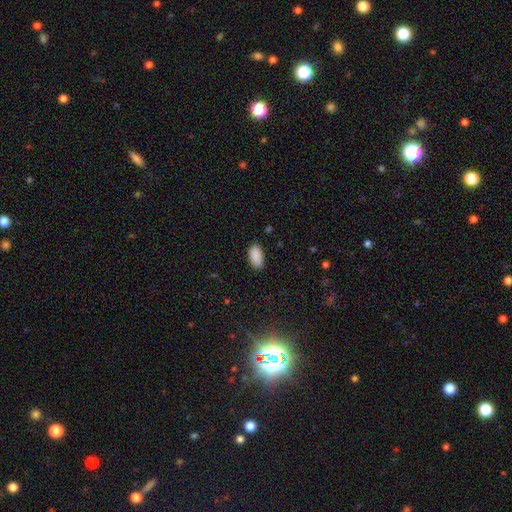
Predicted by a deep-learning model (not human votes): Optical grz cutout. It shows a smooth galaxy with no disk features (90%) that is in between round and cigar-shaped (95%). Merging: none (88%).